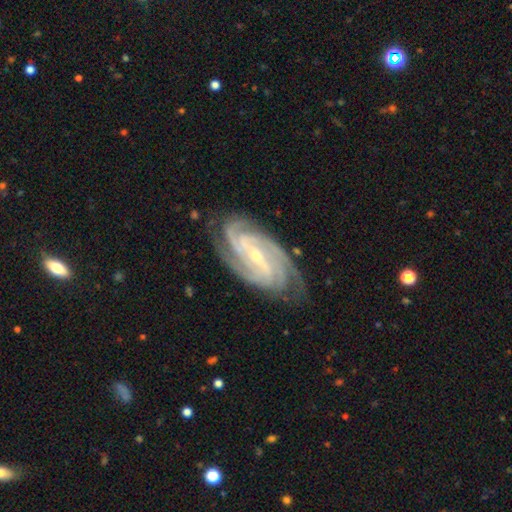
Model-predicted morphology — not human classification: The model was most divided on "bar": strong: 42%, weak: 39%, no: 19%. Remaining: spiral arms — yes (99%); edge-on disk — no (96%); smooth or featured — featured or disk (92%); merging — none (80%); spiral winding — tight (67%); bulge size — small (65%); spiral arm count — 4 (40%).